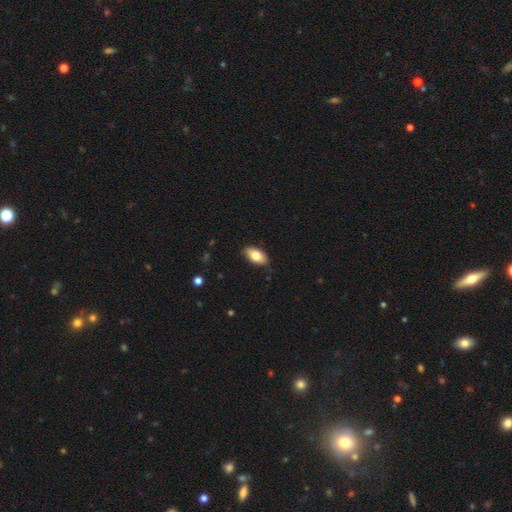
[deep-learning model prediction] This is likely a smooth galaxy (79%). How rounded: clearly in between (93%). Merging: clearly none (86%).